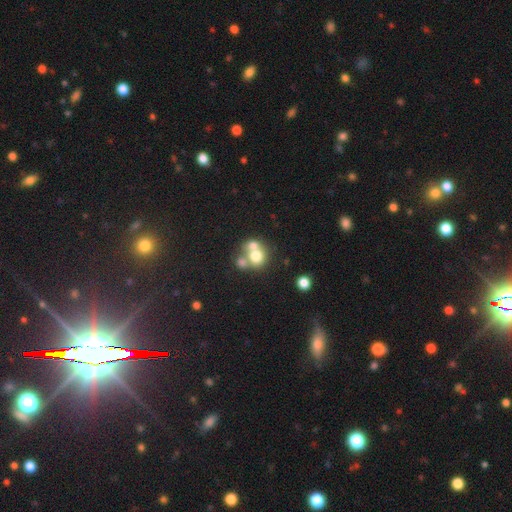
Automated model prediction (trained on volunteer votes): Overall: smooth (66%). How rounded: round (77%). Merging: merger (56%; none 32%).